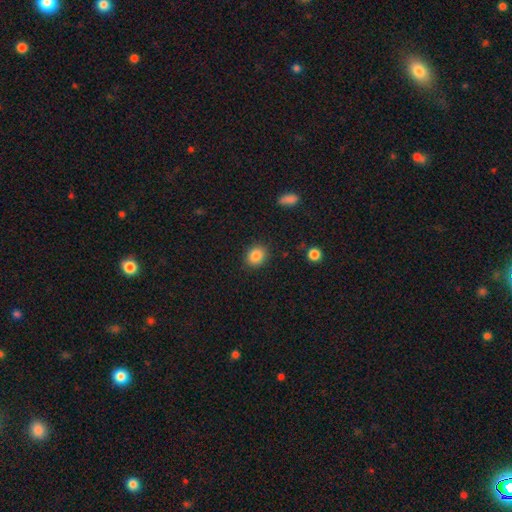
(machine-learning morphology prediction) This is clearly a smooth galaxy (86%). How rounded: likely round (66%). Merging: clearly none (88%).